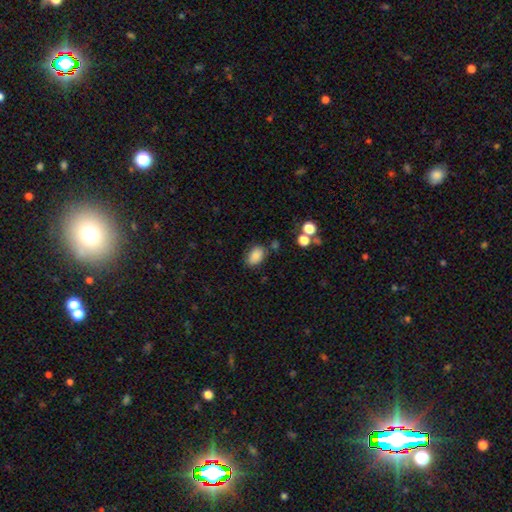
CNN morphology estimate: type=smooth (85%); roundness=in between (87%); merging=none (75%).